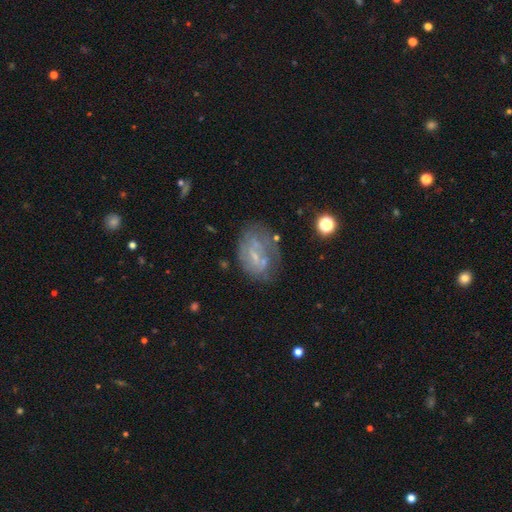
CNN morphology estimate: featured or disk 63%, smooth 25%, star or artifact 12%. Down the decision tree: edge-on disk — no (96%); bar — no (47%); spiral arms — yes (53%); bulge size — small (58%); merging — none (52%).